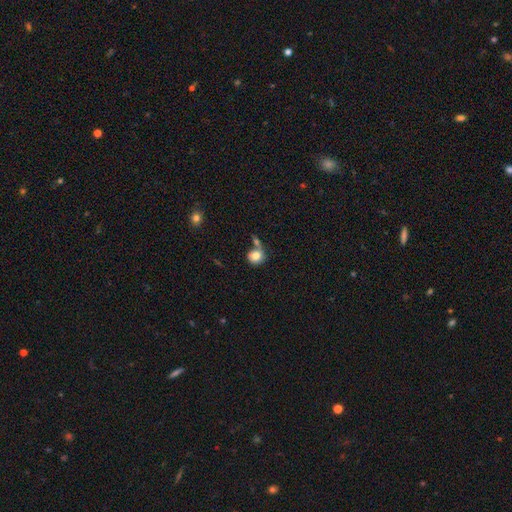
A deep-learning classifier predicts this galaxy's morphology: type=smooth (79%); roundness=round (80%); merging=none (45%).